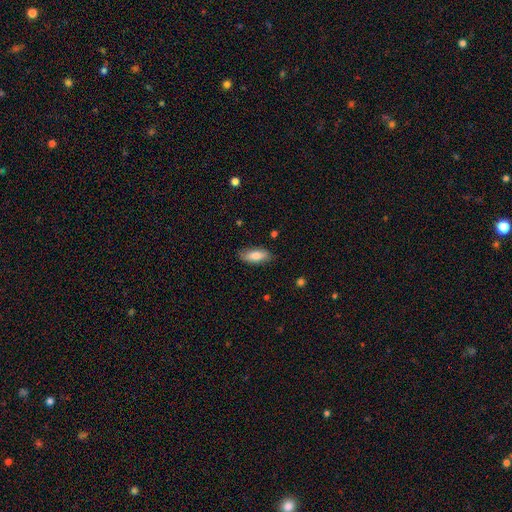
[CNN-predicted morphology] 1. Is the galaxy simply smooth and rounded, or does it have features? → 78% smooth, 15% featured or disk, 6% star or artifact.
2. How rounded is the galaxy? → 76% in between, 22% cigar-shaped, 2% round.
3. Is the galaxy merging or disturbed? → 83% none, 13% minor disturbance, 3% major disturbance, 1% merger.